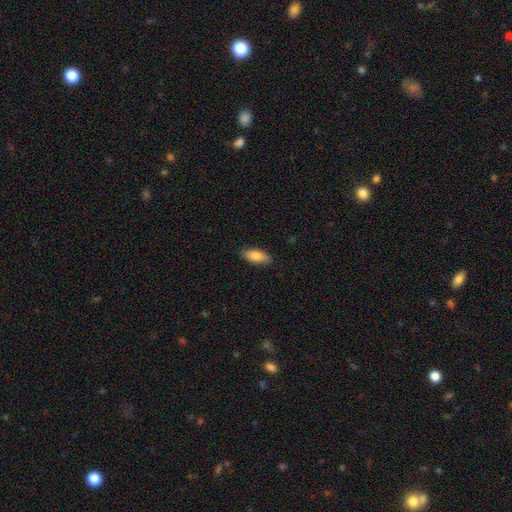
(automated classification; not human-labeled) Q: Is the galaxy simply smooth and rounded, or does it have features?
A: smooth — 84%.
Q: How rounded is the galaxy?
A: in between — 81%.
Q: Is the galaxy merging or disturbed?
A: none — 87%.